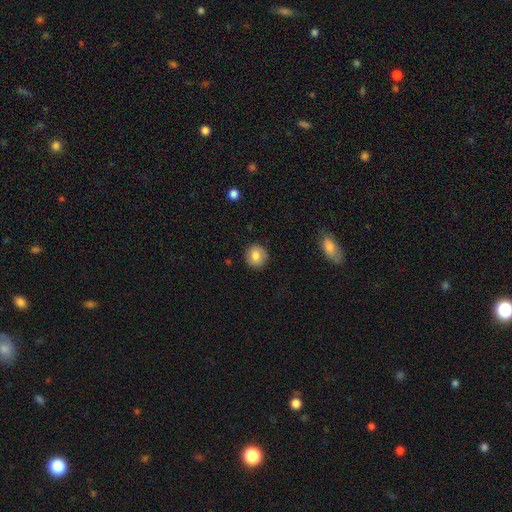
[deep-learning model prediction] The model was most divided on "smooth or featured": smooth: 84%, star or artifact: 8%, featured or disk: 8%. More confident: how rounded — round (91%); merging — none (90%).